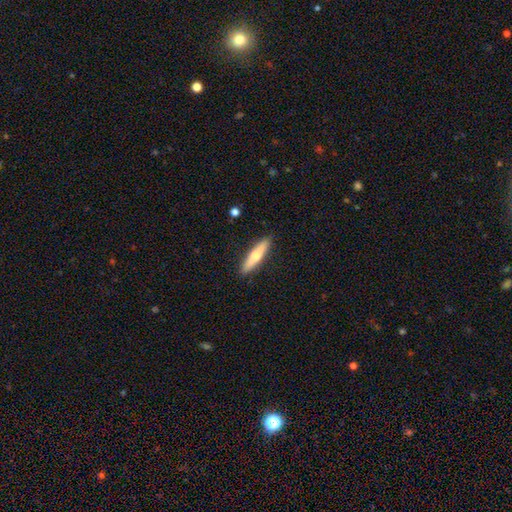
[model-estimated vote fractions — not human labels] Smooth or featured? smooth (56%)
How rounded? cigar-shaped (83%)
Merging? none (90%)